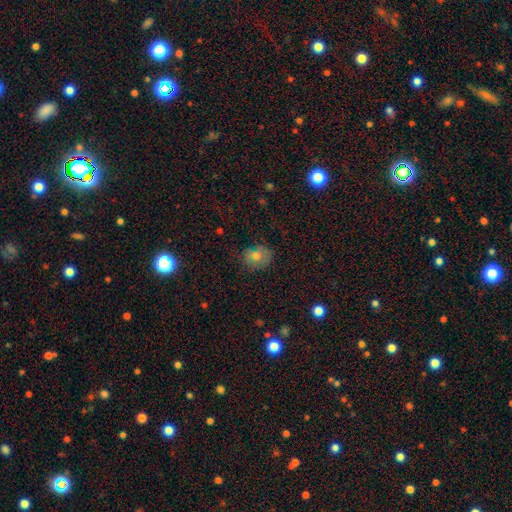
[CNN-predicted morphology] type=smooth (68%); roundness=round (57%); merging=none (72%).